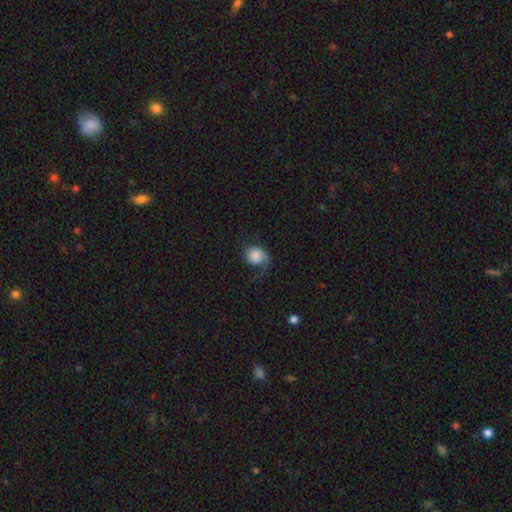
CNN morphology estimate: This is possibly a smooth galaxy (59%). How rounded: likely round (66%). Merging: marginally none (41%).